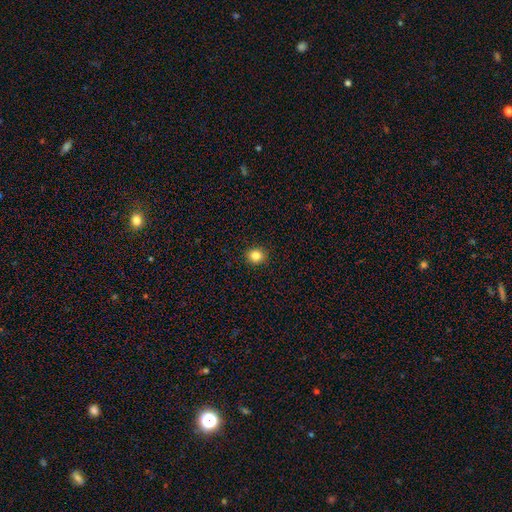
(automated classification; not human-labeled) smooth_or_featured: smooth (p=0.84) [alt: star or artifact p=0.11]
how_rounded: round (p=0.87) [alt: in between p=0.12]
merging: none (p=0.92) [alt: minor disturbance p=0.05]